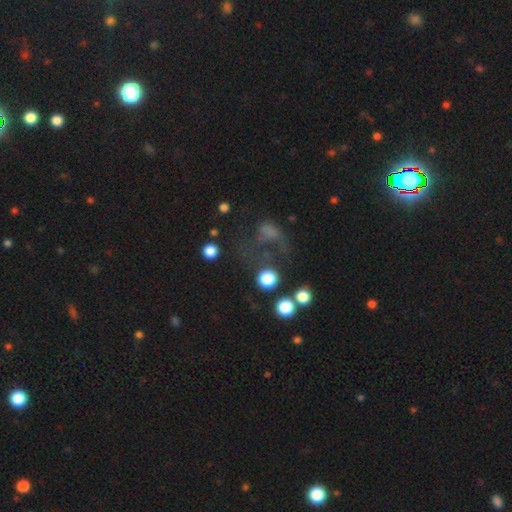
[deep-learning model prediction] Smooth or featured? star or artifact (52%)